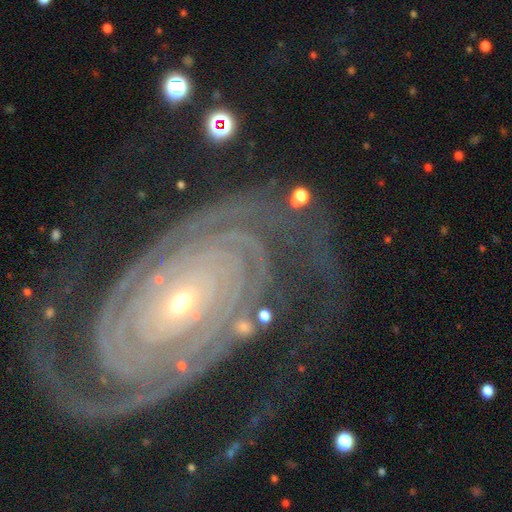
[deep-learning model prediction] Smooth or featured? Predicted: featured or disk (p=0.92). Edge-on disk? Predicted: no (p=0.96). Bar? Predicted: no (p=0.72). Spiral arms? Predicted: yes (p=0.98). Spiral winding? Predicted: tight (p=0.83). Spiral arm count? Predicted: 2 (p=0.54). Bulge size? Predicted: small (p=0.70). Merging? Predicted: none (p=0.72).